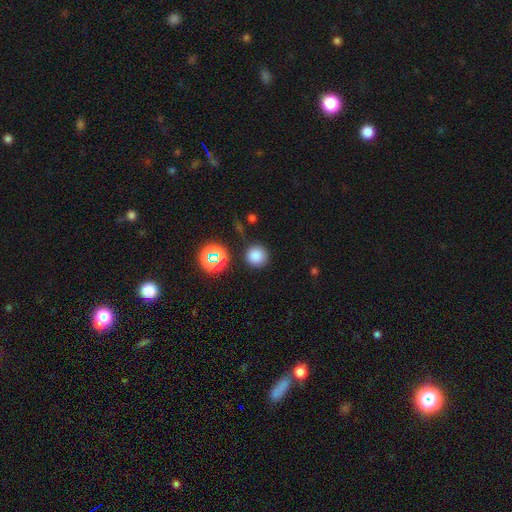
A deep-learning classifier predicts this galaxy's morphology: This appears to be a smooth galaxy with no disk features (79%) that is round (94%). Merging: none (86%).